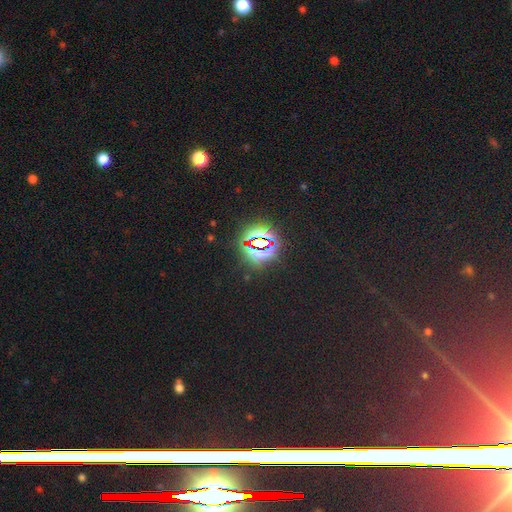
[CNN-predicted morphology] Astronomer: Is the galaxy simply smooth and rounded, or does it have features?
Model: star or artifact — 74%.